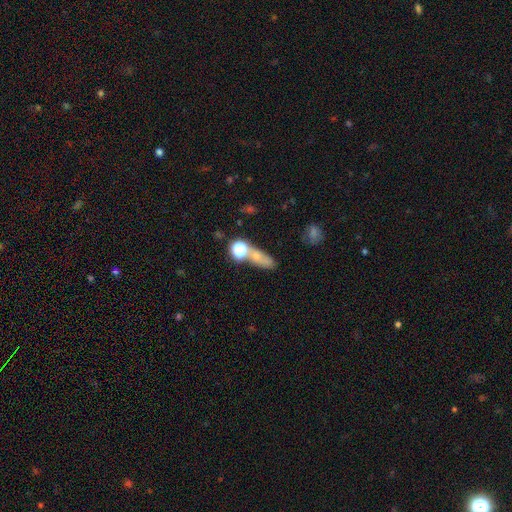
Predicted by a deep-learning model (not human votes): Overall: smooth (63%). How rounded: in between (40%; round 31%). Merging: none (52%; merger 27%).